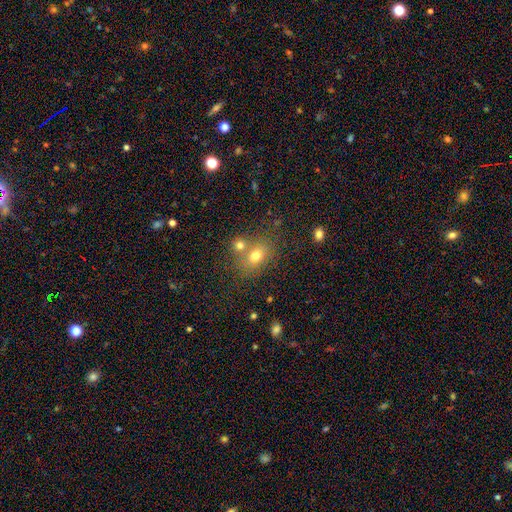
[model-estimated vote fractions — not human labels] This appears to be a smooth galaxy with no disk features (71%) that is in between round and cigar-shaped (60%). Merging: none (53%).